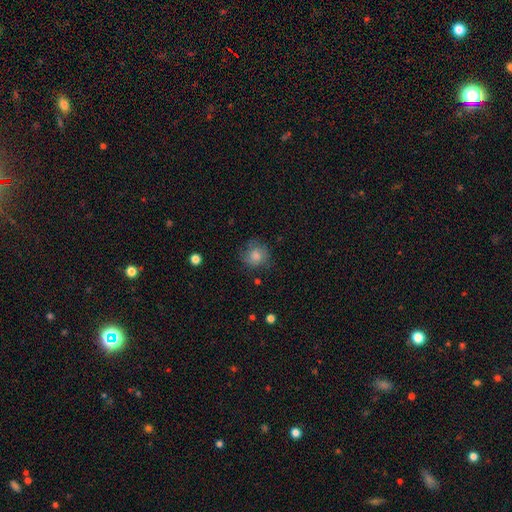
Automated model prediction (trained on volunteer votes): Smooth or featured? Predicted: smooth (p=0.79). How rounded? Predicted: round (p=0.84). Merging? Predicted: none (p=0.69).